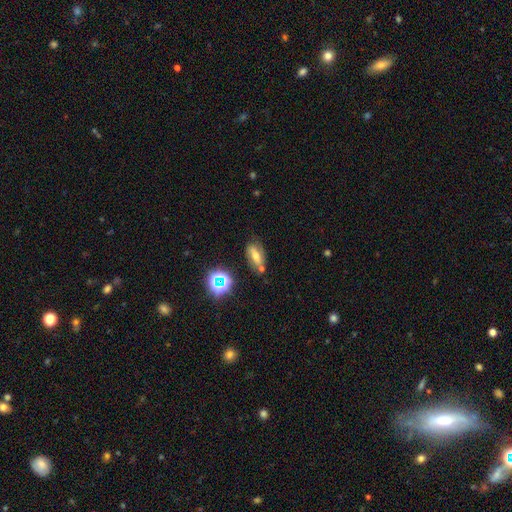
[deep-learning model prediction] Smooth or featured?
  - smooth: 42% *
  - featured or disk: 36%
  - star or artifact: 22%
Merging?
  - none: 66% *
  - minor disturbance: 19%
  - merger: 9%
  - major disturbance: 6%